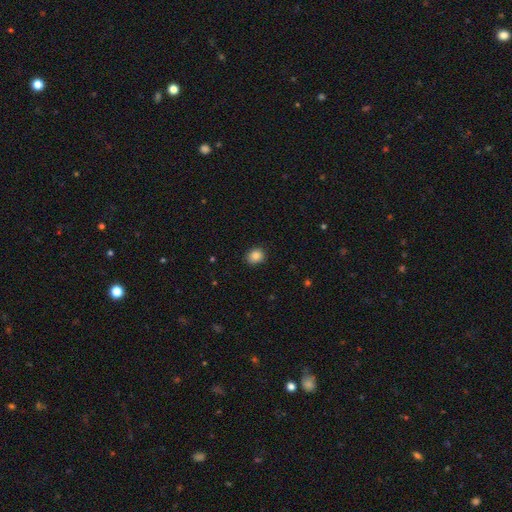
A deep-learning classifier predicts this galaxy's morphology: Overall: smooth (85%). How rounded: round (70%). Merging: none (88%).